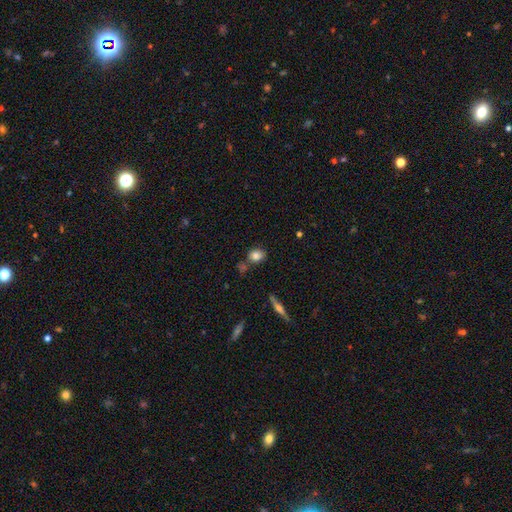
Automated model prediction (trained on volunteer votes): A smooth galaxy with no disk features (81%) that is in between round and cigar-shaped (52%). Merging: none (71%).